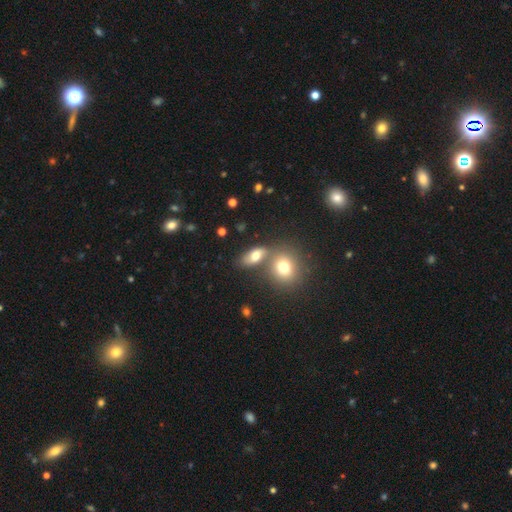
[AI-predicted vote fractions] Q: Smooth or featured?
A: smooth (70%); runner-up: featured or disk (18%)
Q: How rounded?
A: in between (77%); runner-up: round (17%)
Q: Merging?
A: none (51%); runner-up: merger (32%)